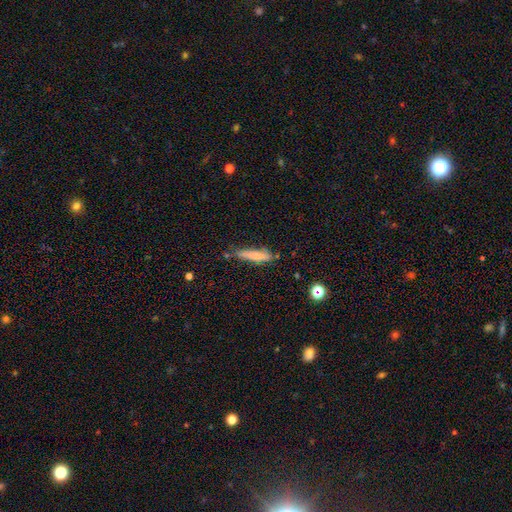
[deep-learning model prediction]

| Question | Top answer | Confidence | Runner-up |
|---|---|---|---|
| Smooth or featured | smooth | 74% | featured or disk (19%) |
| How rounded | cigar-shaped | 86% | in between (12%) |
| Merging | none | 70% | minor disturbance (21%) |